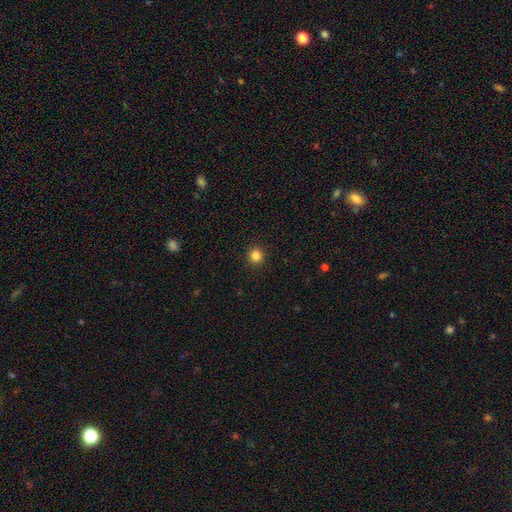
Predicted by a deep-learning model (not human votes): A smooth galaxy with no disk features (84%) that is round (94%).

Vote fractions:
- Smooth or featured? smooth: 84% / star or artifact: 12% / featured or disk: 4%
- How rounded? round: 94% / in between: 5% / cigar-shaped: 1%
- Merging? none: 93% / minor disturbance: 5% / major disturbance: 2% / merger: 1%